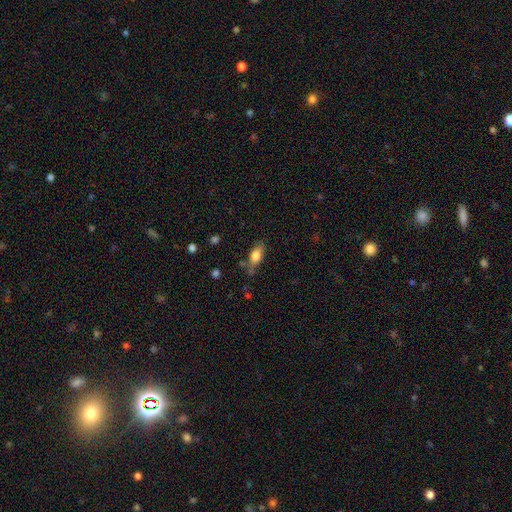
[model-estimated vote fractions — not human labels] A smooth galaxy with no disk features (73%) that is in between round and cigar-shaped (79%). Merging: none (64%).